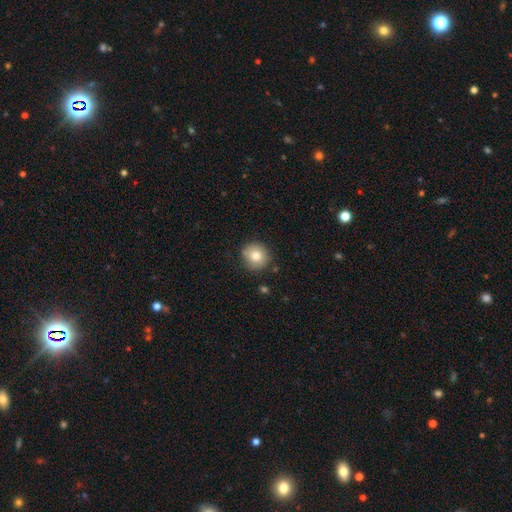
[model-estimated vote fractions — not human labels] smooth 78%, featured or disk 11%, star or artifact 10%. Down the decision tree: how rounded — round (90%); merging — none (83%).